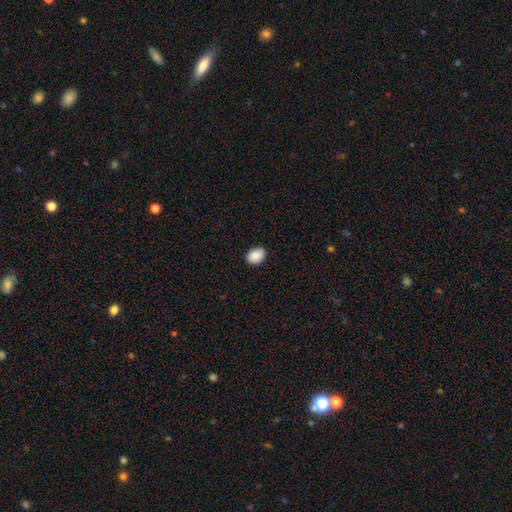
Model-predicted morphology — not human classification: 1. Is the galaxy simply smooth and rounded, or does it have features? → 90% smooth, 7% star or artifact, 3% featured or disk.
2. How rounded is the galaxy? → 70% in between, 29% round, 1% cigar-shaped.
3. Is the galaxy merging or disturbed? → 86% none, 11% minor disturbance, 2% major disturbance, 1% merger.